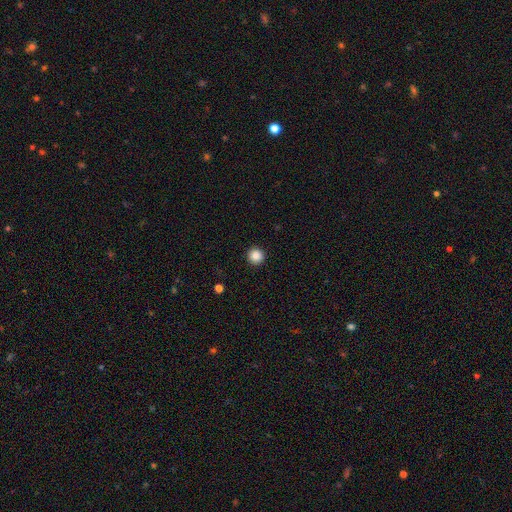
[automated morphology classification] Overall: smooth (87%). How rounded: round (96%). Merging: none (93%).